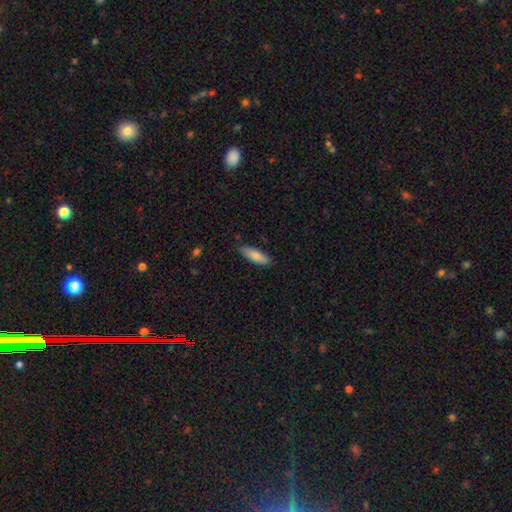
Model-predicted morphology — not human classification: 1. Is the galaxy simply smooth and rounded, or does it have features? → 79% smooth, 15% featured or disk, 6% star or artifact.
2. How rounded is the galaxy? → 50% cigar-shaped, 48% in between, 2% round.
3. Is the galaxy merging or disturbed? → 86% none, 11% minor disturbance, 2% major disturbance, 1% merger.